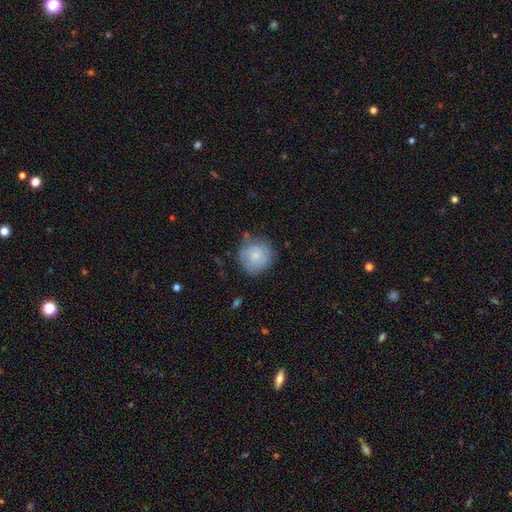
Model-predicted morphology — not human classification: A smooth galaxy with no disk features (74%) that is round (92%).

Vote fractions:
- Smooth or featured? smooth: 74% / featured or disk: 19% / star or artifact: 7%
- How rounded? round: 92% / in between: 7% / cigar-shaped: 1%
- Merging? none: 69% / minor disturbance: 22% / major disturbance: 6% / merger: 3%